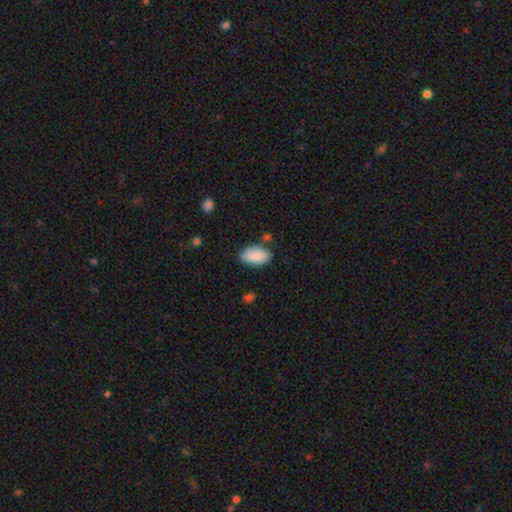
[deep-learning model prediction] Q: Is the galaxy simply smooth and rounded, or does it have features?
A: smooth — 83%.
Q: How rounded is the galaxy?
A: in between — 93%.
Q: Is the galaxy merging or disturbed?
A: none — 71%.